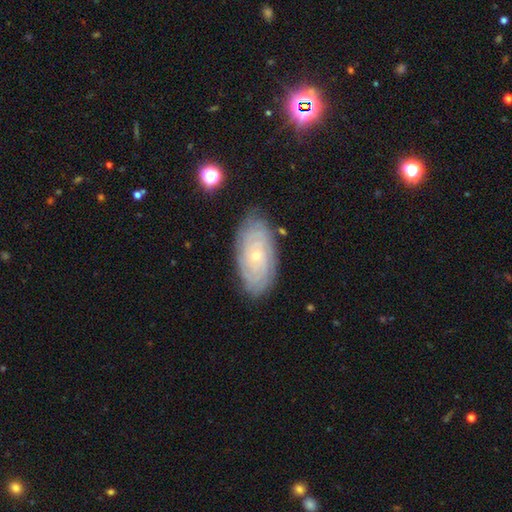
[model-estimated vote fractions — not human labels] Morphology: type=featured or disk (77%); edge-on=no (94%); bar=no (82%); spiral arms=yes (92%); winding=tight (83%); arm count=can't tell (50%); bulge=small (78%); merging=none (82%).